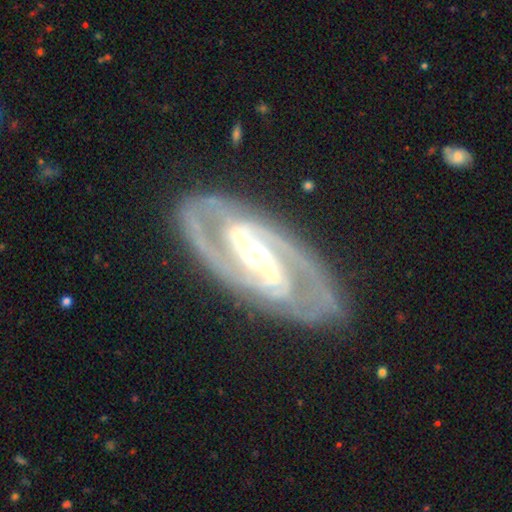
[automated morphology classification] Smooth or featured? featured or disk (92%)
Edge-on disk? no (95%)
Bar? strong (66%)
Spiral arms? yes (97%)
Spiral winding? medium (47%)
Spiral arm count? 2 (89%)
Bulge size? moderate (62%)
Merging? none (83%)